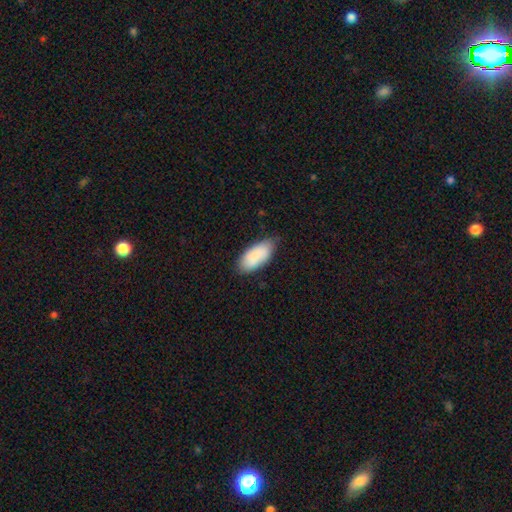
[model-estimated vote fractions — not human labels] smooth_or_featured: smooth (p=0.84) [alt: featured or disk p=0.10]
how_rounded: in between (p=0.91) [alt: cigar-shaped p=0.07]
merging: none (p=0.71) [alt: minor disturbance p=0.24]